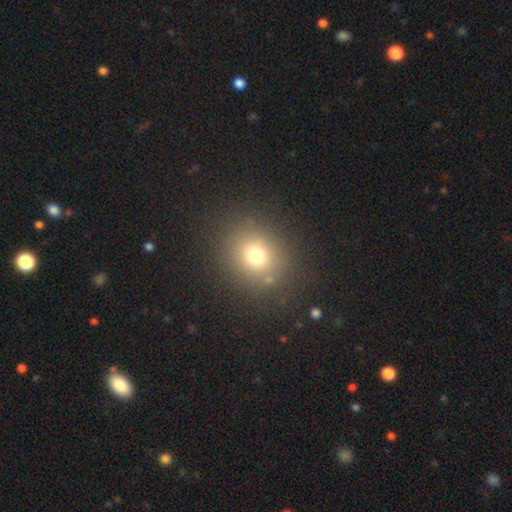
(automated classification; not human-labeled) smooth-or-featured: smooth: 72% | star or artifact: 17% | featured or disk: 10%
  how-rounded: round: 76% | in between: 23% | cigar-shaped: 1%
  merging: none: 84% | minor disturbance: 9% | major disturbance: 4% | merger: 3%